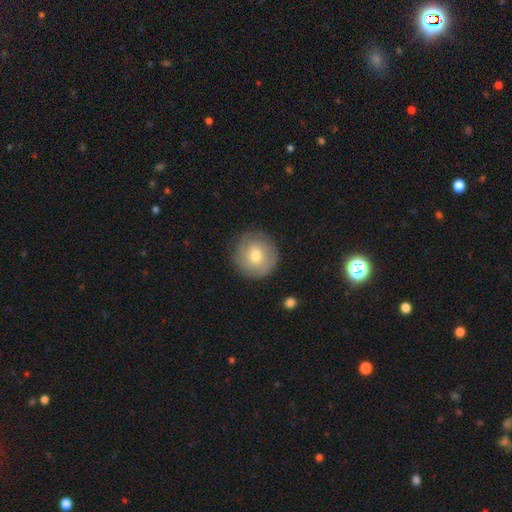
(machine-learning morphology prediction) Smooth or featured? smooth (51%)
How rounded? round (93%)
Merging? none (84%)